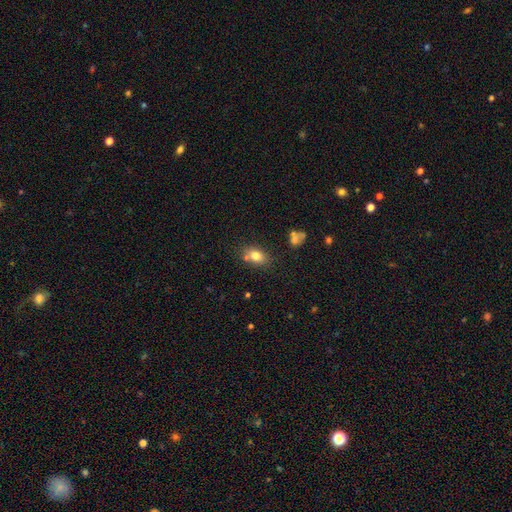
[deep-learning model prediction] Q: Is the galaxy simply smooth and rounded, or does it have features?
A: smooth — 78%.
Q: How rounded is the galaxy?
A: in between — 78%.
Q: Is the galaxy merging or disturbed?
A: none — 68%.